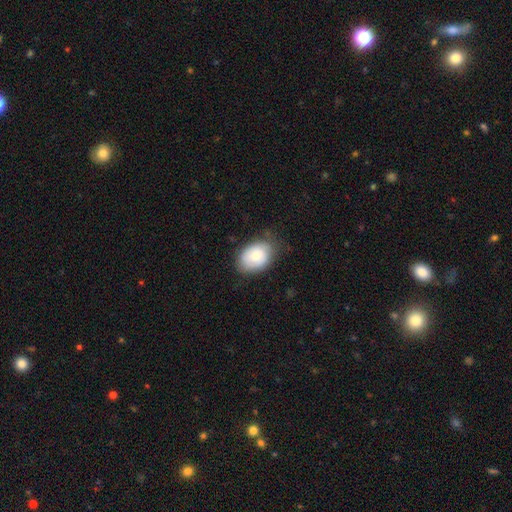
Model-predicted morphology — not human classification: type=smooth (74%); roundness=in between (76%); merging=none (70%).